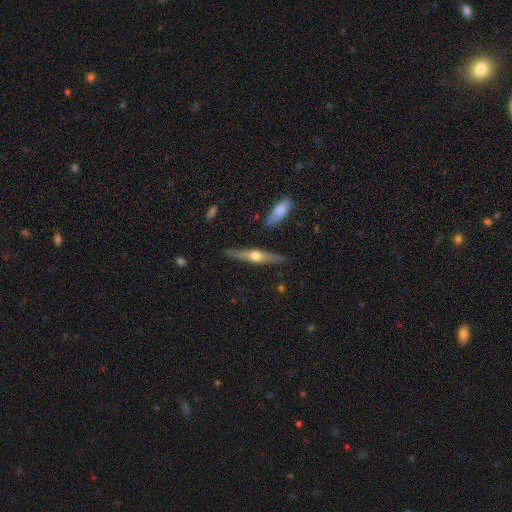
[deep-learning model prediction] A featured or disk galaxy (67%) viewed edge-on (96%) with a rounded central bulge (94%). Merging: none (86%).